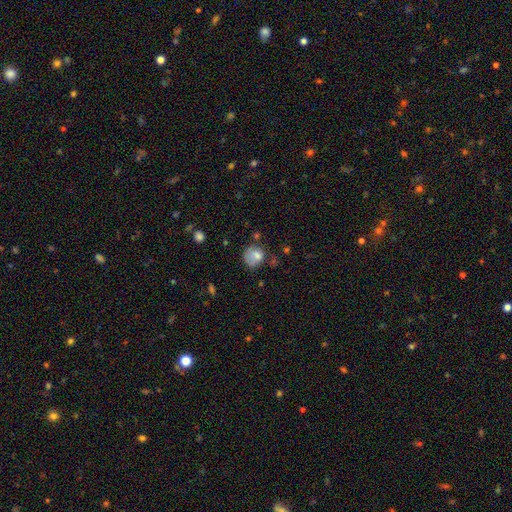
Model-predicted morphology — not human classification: smooth 74%, featured or disk 16%, star or artifact 10%. Down the decision tree: how rounded — round (69%); merging — none (43%).